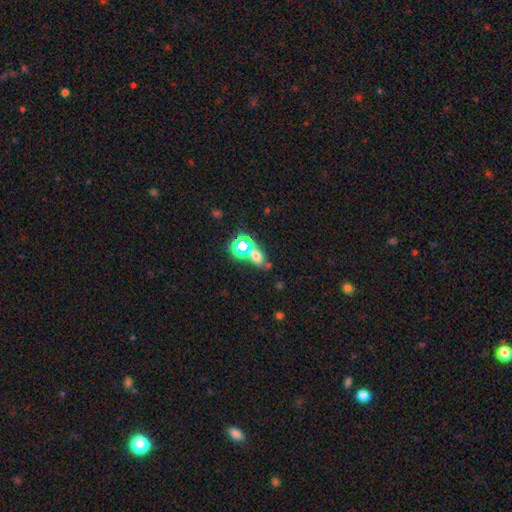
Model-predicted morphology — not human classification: A smooth galaxy with no disk features (50%). Merging: none (54%).